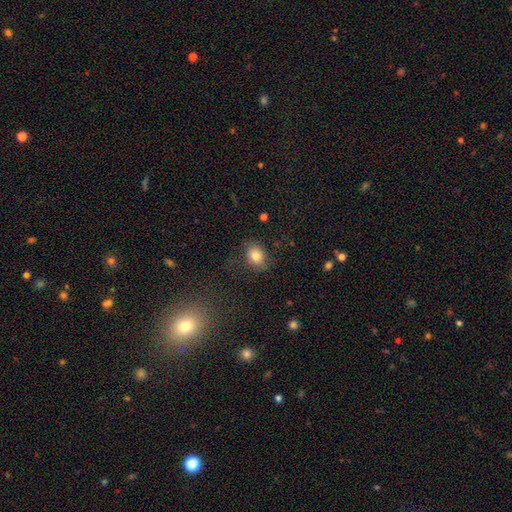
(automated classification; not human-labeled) The model was most divided on "how rounded": in between: 56%, round: 43%, cigar-shaped: 1%. More confident: smooth or featured — smooth (80%); merging — none (77%).